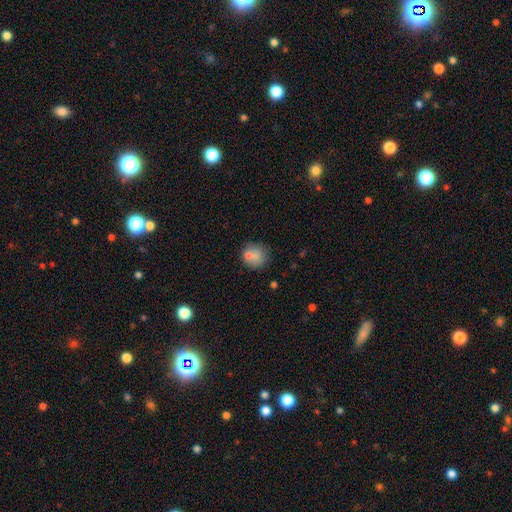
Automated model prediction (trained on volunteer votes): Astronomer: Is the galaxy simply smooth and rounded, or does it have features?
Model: smooth — 74%.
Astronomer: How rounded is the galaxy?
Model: round — 82%.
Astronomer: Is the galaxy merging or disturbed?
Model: none — 59%.